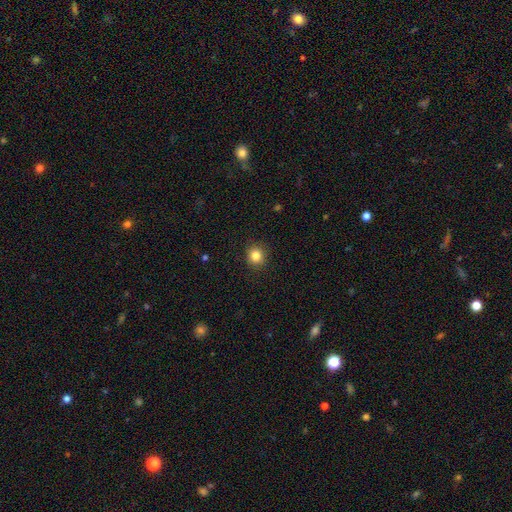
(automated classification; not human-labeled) This appears to be a smooth galaxy with no disk features (84%) that is round (86%). Merging: none (90%).